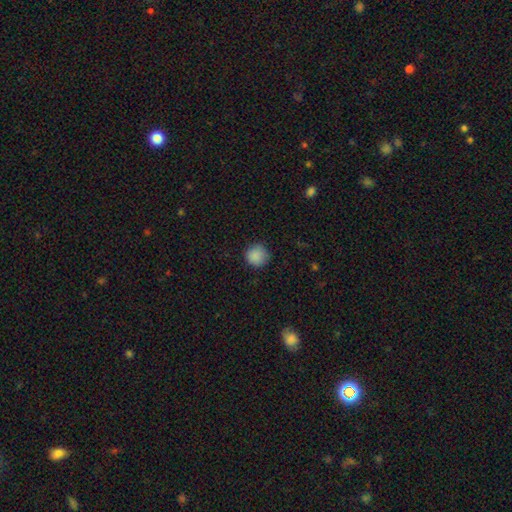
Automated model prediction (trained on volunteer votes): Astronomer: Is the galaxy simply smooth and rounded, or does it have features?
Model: smooth — 88%.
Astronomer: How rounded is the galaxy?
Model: round — 94%.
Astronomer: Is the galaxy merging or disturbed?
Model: none — 87%.